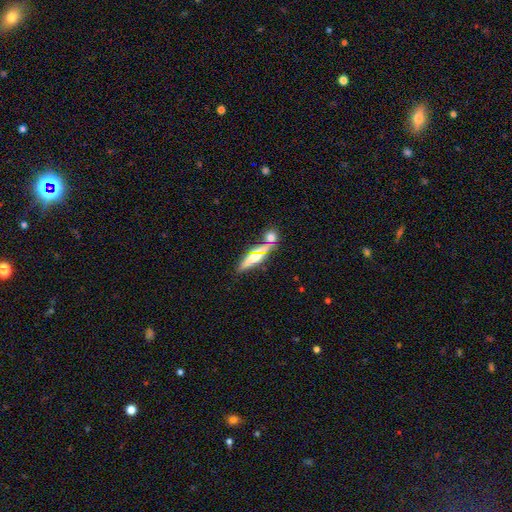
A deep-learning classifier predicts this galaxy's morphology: Smooth or featured: smooth — 47% (featured or disk — 39%)
Merging: none — 67% (merger — 17%)